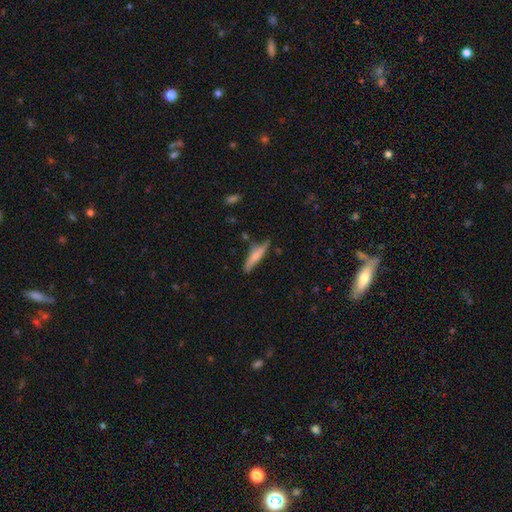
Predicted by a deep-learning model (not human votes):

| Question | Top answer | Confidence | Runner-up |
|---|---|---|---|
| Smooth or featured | smooth | 58% | featured or disk (35%) |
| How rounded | cigar-shaped | 83% | in between (15%) |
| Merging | none | 66% | minor disturbance (24%) |